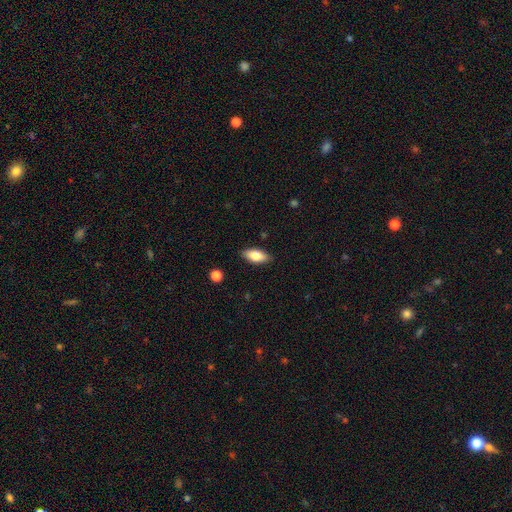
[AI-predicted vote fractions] smooth_or_featured: smooth (p=0.77) [alt: featured or disk p=0.16]
how_rounded: in between (p=0.83) [alt: cigar-shaped p=0.14]
merging: none (p=0.87) [alt: minor disturbance p=0.09]